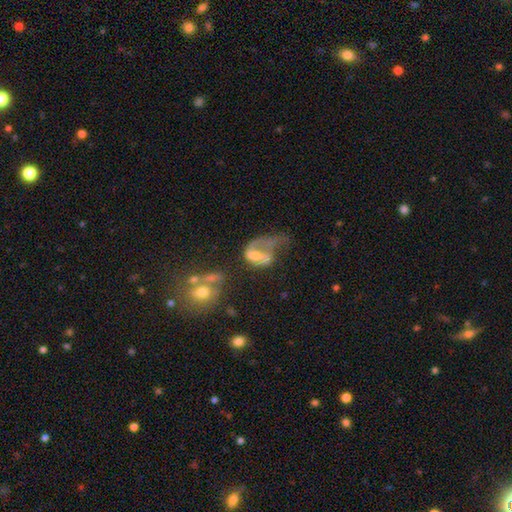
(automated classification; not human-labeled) A featured or disk galaxy (61%) with no bar (54%), spiral arms (59%) and a moderate central bulge (42%).

Vote fractions:
- Smooth or featured? featured or disk: 61% / smooth: 28% / star or artifact: 11%
- Edge-on disk? no: 96% / yes: 4%
- Bar? no: 54% / weak: 33% / strong: 13%
- Spiral arms? yes: 59% / no: 41%
- Bulge size? moderate: 42% / small: 37% / none: 14% / large: 6% / dominant: 2%
- Merging? major disturbance: 50% / merger: 22% / none: 16% / minor disturbance: 11%